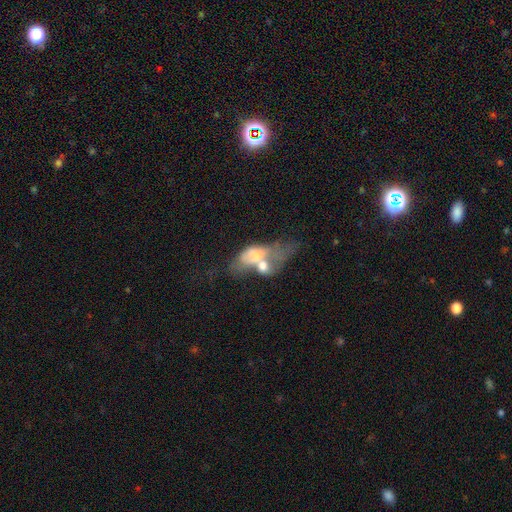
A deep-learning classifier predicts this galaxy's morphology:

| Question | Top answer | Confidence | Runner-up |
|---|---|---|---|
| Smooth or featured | smooth | 47% | featured or disk (45%) |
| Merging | merger | 69% | major disturbance (15%) |